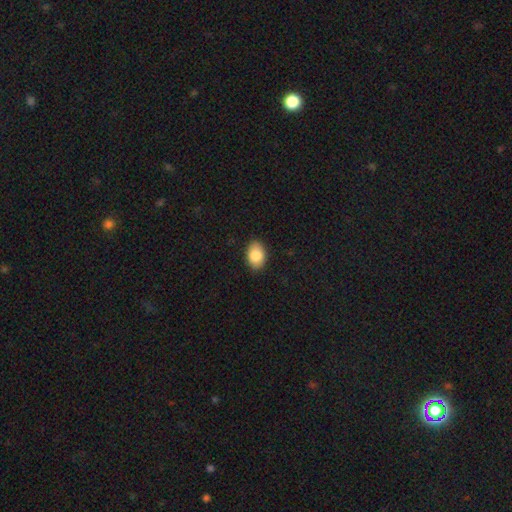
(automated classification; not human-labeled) smooth-or-featured: smooth: 84% | featured or disk: 9% | star or artifact: 7%
  how-rounded: in between: 85% | round: 14% | cigar-shaped: 1%
  merging: none: 88% | minor disturbance: 9% | major disturbance: 2% | merger: 1%